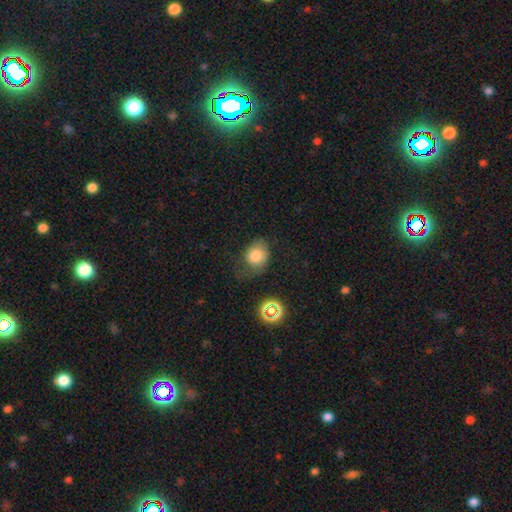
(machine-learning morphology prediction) Smooth or featured? Predicted: smooth (p=0.75). How rounded? Predicted: in between (p=0.51). Merging? Predicted: none (p=0.41).